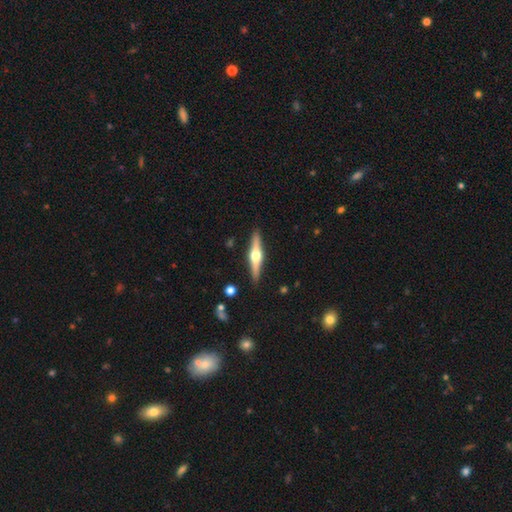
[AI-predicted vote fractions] Smooth or featured: featured or disk — 73% (smooth — 22%)
Edge-on disk: yes — 98% (no — 2%)
Edge-on bulge: rounded — 96% (boxy — 3%)
Merging: none — 91% (minor disturbance — 6%)